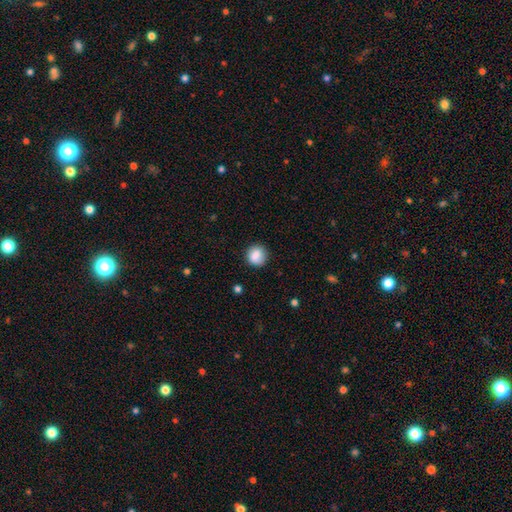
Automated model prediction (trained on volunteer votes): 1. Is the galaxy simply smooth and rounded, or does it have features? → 86% smooth, 8% star or artifact, 6% featured or disk.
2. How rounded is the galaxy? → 86% round, 13% in between, 1% cigar-shaped.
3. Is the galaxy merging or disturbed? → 84% none, 12% minor disturbance, 3% major disturbance, 2% merger.